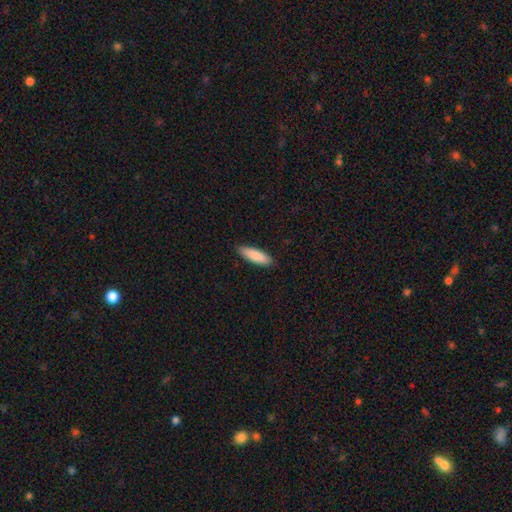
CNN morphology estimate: This is clearly a smooth galaxy (88%). How rounded: possibly cigar-shaped (55%). Merging: clearly none (89%).